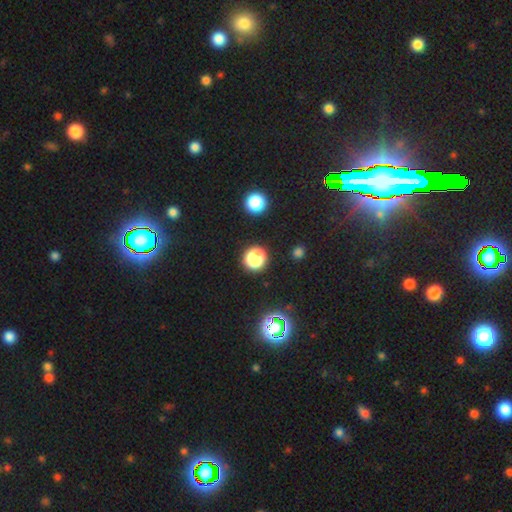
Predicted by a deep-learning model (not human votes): Smooth or featured? Predicted: smooth (p=0.62). How rounded? Predicted: round (p=0.91). Merging? Predicted: none (p=0.87).